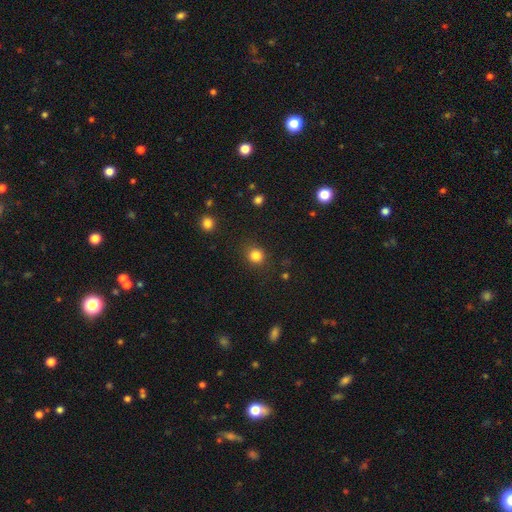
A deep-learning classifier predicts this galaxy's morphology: The model was most divided on "smooth or featured": smooth: 84%, star or artifact: 12%, featured or disk: 4%. More confident: merging — none (88%); how rounded — round (87%).